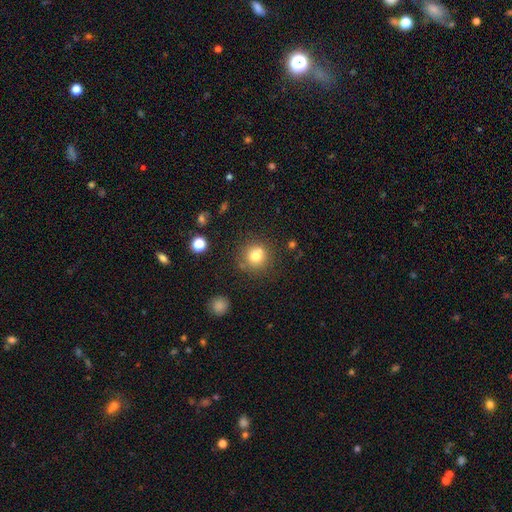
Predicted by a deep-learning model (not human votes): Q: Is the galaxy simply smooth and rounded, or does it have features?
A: smooth — 75%.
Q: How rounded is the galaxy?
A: round — 91%.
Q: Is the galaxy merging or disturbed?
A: none — 71%.